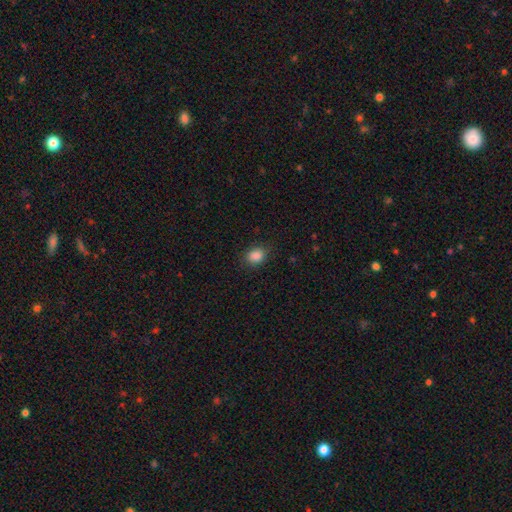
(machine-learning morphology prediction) Overall: smooth (87%). How rounded: in between (52%; round 47%). Merging: none (83%).